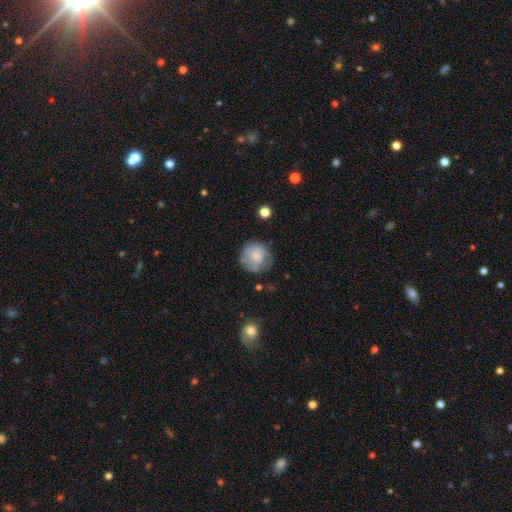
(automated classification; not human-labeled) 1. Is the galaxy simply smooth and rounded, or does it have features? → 70% smooth, 22% featured or disk, 8% star or artifact.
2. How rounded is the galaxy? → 88% round, 11% in between, 1% cigar-shaped.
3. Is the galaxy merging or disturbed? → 63% none, 24% minor disturbance, 11% major disturbance, 2% merger.